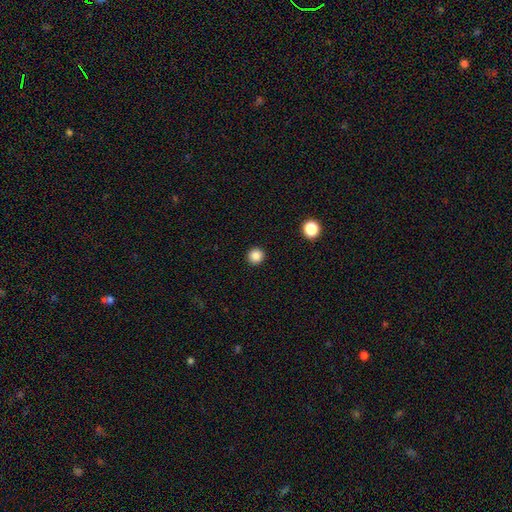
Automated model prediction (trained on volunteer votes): Morphology: type=smooth (86%); roundness=round (95%); merging=none (93%).